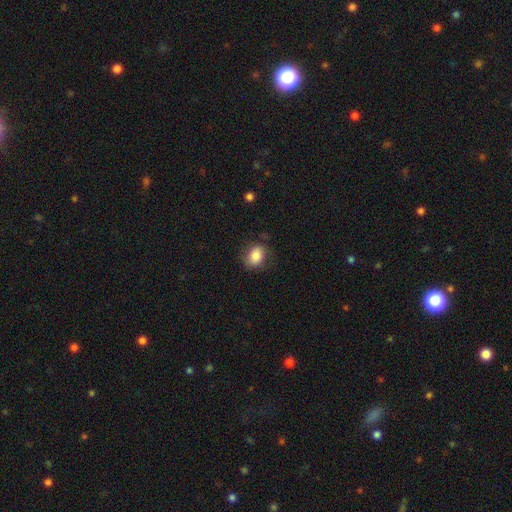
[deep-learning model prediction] Smooth or featured?
  - smooth: 82% *
  - featured or disk: 10%
  - star or artifact: 8%
How rounded?
  - in between: 65% *
  - round: 34%
  - cigar-shaped: 1%
Merging?
  - none: 74% *
  - minor disturbance: 18%
  - major disturbance: 6%
  - merger: 1%